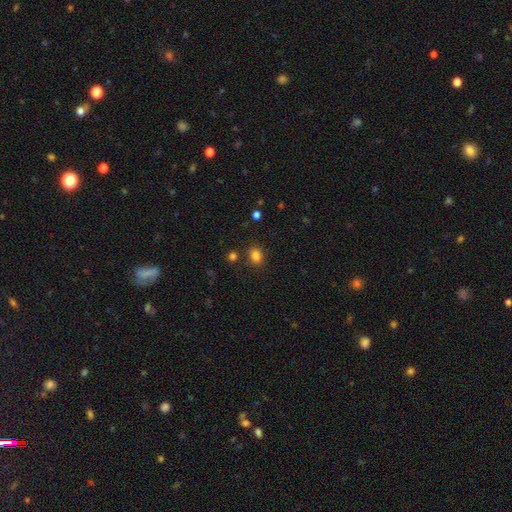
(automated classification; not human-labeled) Smooth or featured? smooth (83%)
How rounded? in between (55%)
Merging? none (83%)